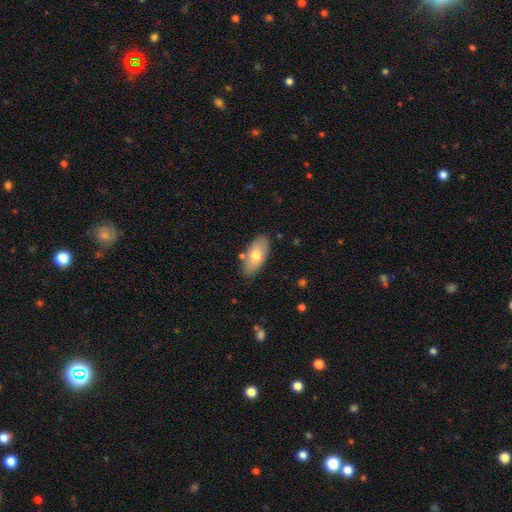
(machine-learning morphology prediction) Overall: smooth (71%). How rounded: in between (91%). Merging: none (79%).